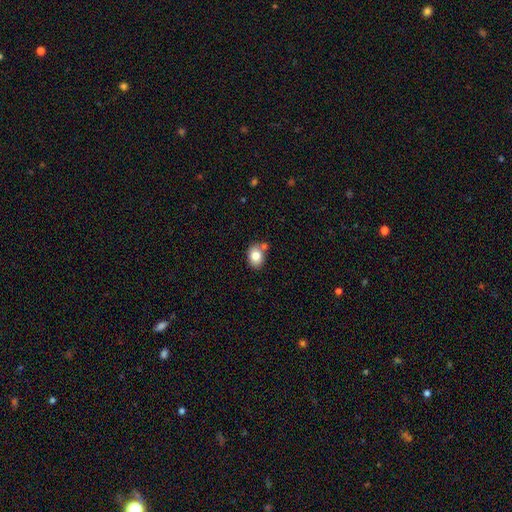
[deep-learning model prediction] smooth 81%, featured or disk 10%, star or artifact 9%. Down the decision tree: how rounded — in between (65%); merging — none (65%).